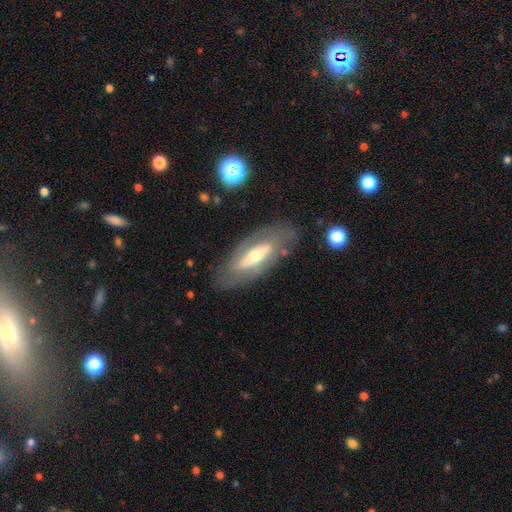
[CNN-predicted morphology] Smooth or featured? smooth (39%)
Merging? none (79%)